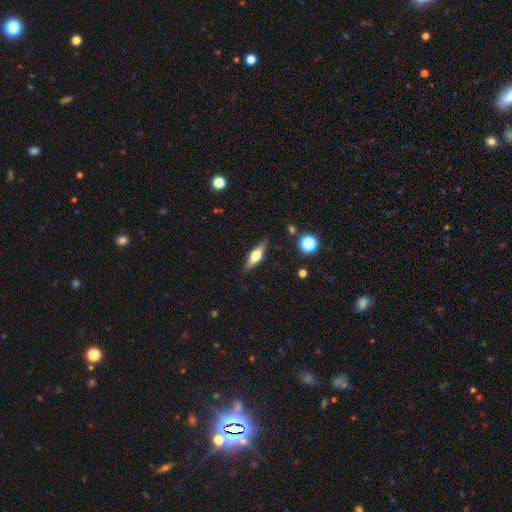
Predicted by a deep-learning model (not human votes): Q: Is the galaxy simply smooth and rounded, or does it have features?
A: featured or disk — 55%.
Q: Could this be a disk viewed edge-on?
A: yes — 94%.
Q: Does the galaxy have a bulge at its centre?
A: rounded — 91%.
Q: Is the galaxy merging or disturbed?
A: none — 86%.